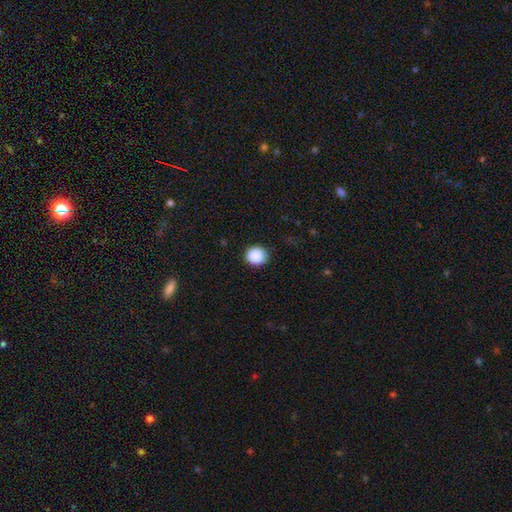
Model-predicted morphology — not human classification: Smooth or featured? smooth (89%)
How rounded? round (91%)
Merging? none (90%)